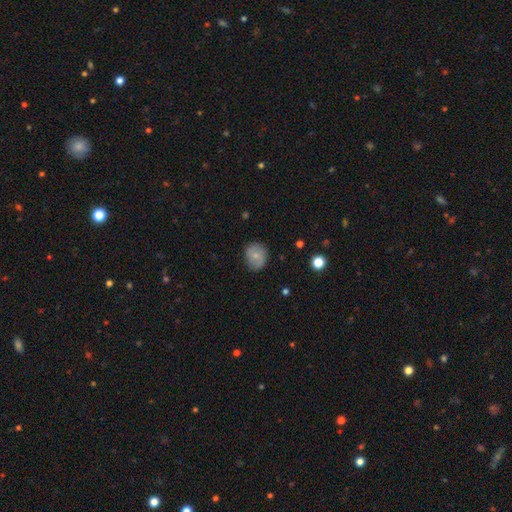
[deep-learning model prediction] A smooth galaxy with no disk features (66%) that is round (70%).

Vote fractions:
- Smooth or featured? smooth: 66% / featured or disk: 25% / star or artifact: 8%
- How rounded? round: 70% / in between: 29% / cigar-shaped: 1%
- Merging? none: 79% / minor disturbance: 16% / major disturbance: 4% / merger: 1%